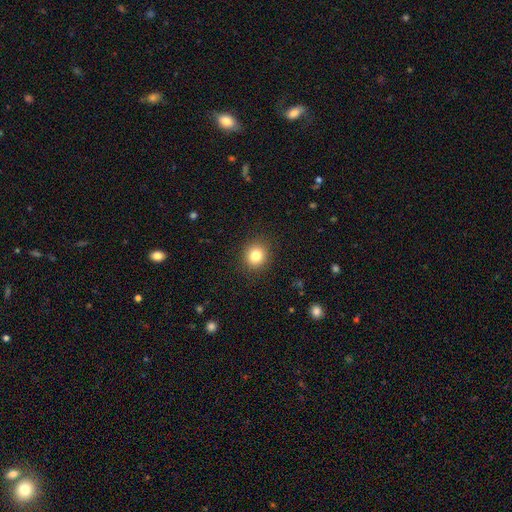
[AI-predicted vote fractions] Smooth or featured? smooth (82%)
How rounded? round (84%)
Merging? none (90%)